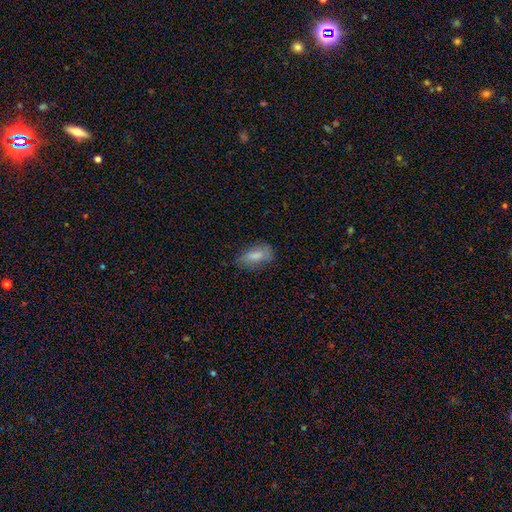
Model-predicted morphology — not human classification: A smooth galaxy with no disk features (77%) that is in between round and cigar-shaped (83%).

Vote fractions:
- Smooth or featured? smooth: 77% / featured or disk: 15% / star or artifact: 8%
- How rounded? in between: 83% / cigar-shaped: 13% / round: 4%
- Merging? none: 69% / minor disturbance: 23% / major disturbance: 6% / merger: 1%